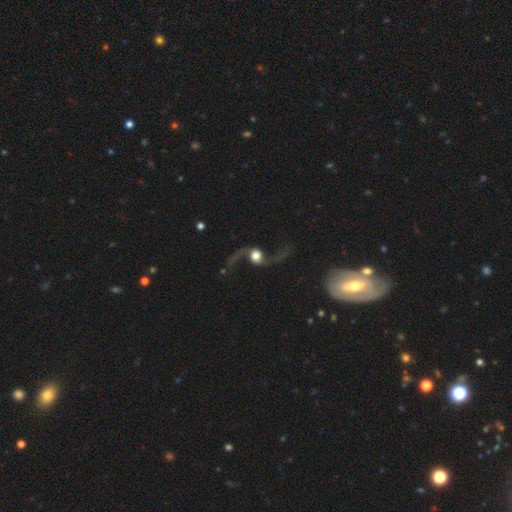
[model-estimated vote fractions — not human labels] smooth-or-featured: featured or disk: 86% | smooth: 8% | star or artifact: 6%
  disk-edge-on: no: 95% | yes: 5%
    bar: no: 66% | weak: 23% | strong: 11%
    has-spiral-arms: yes: 96% | no: 4%
      spiral-winding: loose: 93% | medium: 6% | tight: 2%
      spiral-arm-count: 2: 94% | 1: 2% | can't tell: 1% | 3: 1% | 4: 1% | more than 4: 1%
    bulge-size: large: 42% | moderate: 33% | dominant: 15% | small: 7% | none: 3%
  merging: none: 70% | major disturbance: 14% | minor disturbance: 12% | merger: 4%